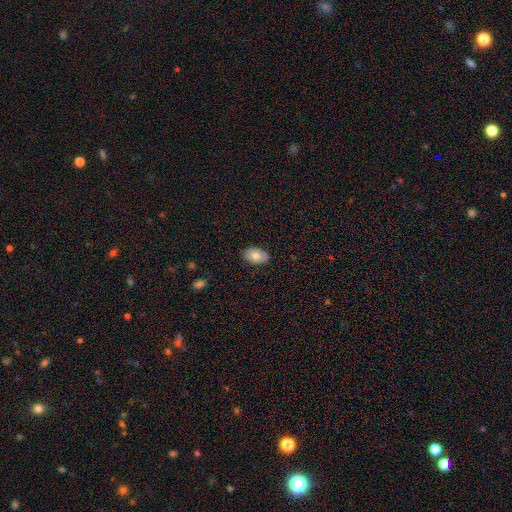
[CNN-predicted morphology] smooth 80%, featured or disk 13%, star or artifact 7%. Down the decision tree: how rounded — in between (91%); merging — none (85%).